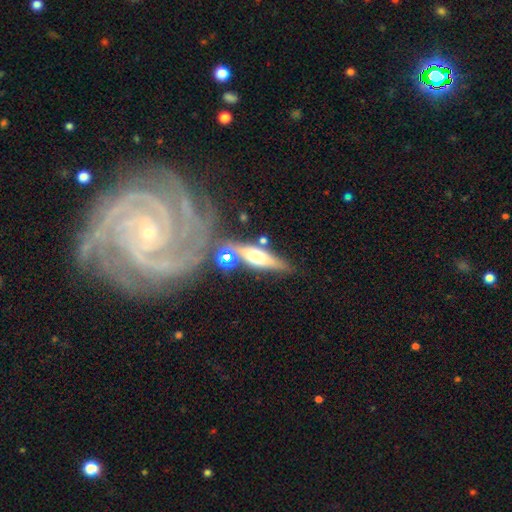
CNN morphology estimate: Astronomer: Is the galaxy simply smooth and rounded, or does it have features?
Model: featured or disk — 52% (runner-up: smooth, 38%).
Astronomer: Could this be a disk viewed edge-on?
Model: yes — 83%.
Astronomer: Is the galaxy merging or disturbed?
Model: none — 62%.